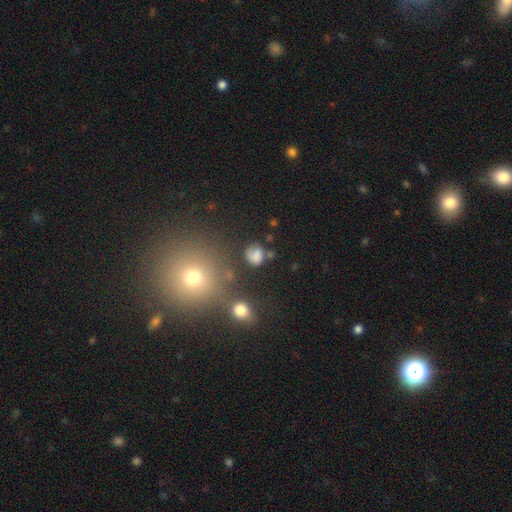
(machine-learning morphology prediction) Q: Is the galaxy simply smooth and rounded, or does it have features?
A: smooth — 77%.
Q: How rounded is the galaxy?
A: round — 69%.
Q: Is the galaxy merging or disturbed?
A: none — 66%.